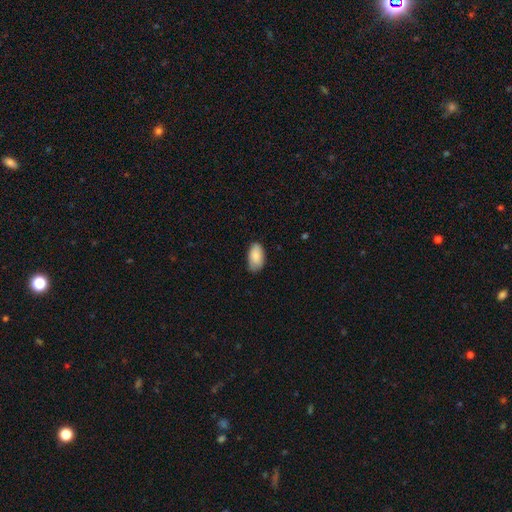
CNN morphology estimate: Smooth or featured? Predicted: smooth (p=0.88). How rounded? Predicted: in between (p=0.95). Merging? Predicted: none (p=0.74).